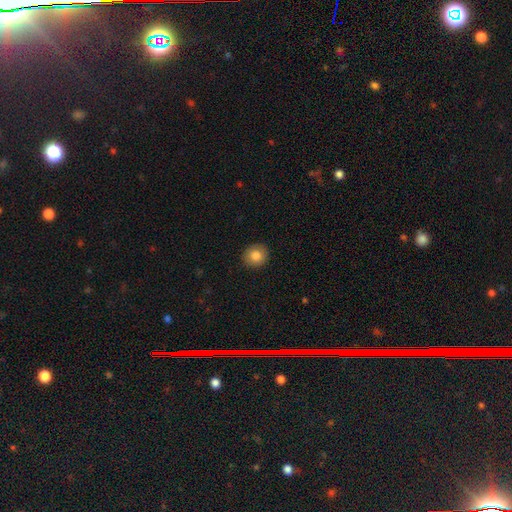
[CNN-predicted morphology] A smooth galaxy with no disk features (83%) that is round (86%).

Vote fractions:
- Smooth or featured? smooth: 83% / star or artifact: 9% / featured or disk: 8%
- How rounded? round: 86% / in between: 13% / cigar-shaped: 1%
- Merging? none: 89% / minor disturbance: 8% / major disturbance: 2% / merger: 1%